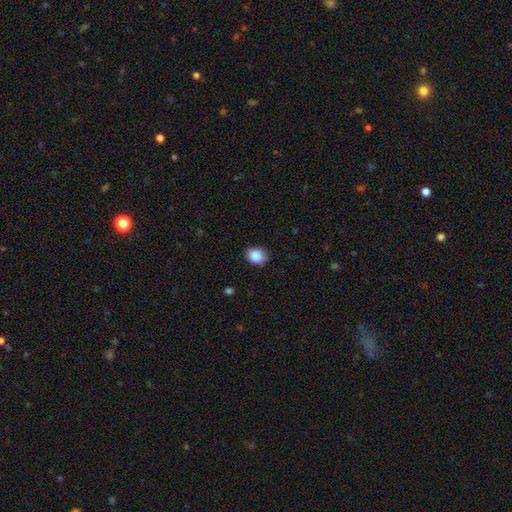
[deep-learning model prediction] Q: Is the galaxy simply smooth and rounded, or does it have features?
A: smooth — 86%.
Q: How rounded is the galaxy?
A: round — 52%.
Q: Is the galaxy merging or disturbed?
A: none — 85%.